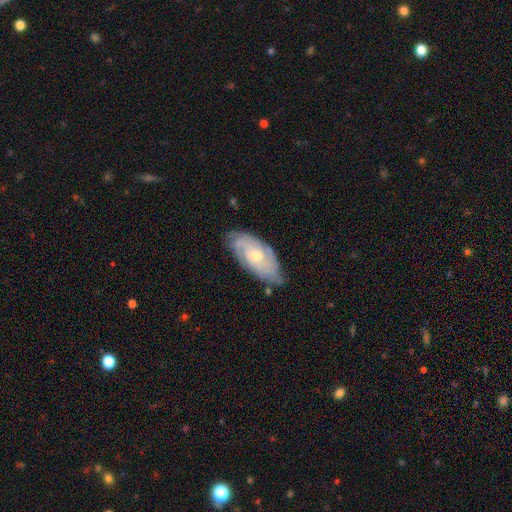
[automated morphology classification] Smooth or featured? Predicted: featured or disk (p=0.76). Edge-on disk? Predicted: no (p=0.92). Bar? Predicted: no (p=0.68). Spiral arms? Predicted: yes (p=0.92). Spiral winding? Predicted: tight (p=0.61). Spiral arm count? Predicted: can't tell (p=0.37). Bulge size? Predicted: moderate (p=0.53). Merging? Predicted: none (p=0.69).